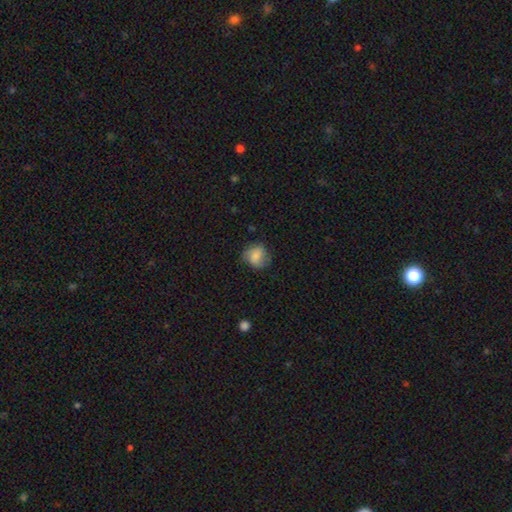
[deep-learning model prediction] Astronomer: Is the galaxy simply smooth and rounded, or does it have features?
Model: smooth — 70%.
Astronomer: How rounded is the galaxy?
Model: round — 74%.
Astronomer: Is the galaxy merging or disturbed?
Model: none — 66%.